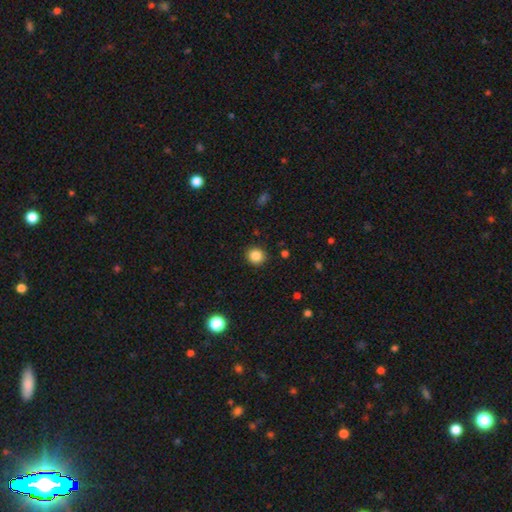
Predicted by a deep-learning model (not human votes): smooth_or_featured: smooth (p=0.85) [alt: star or artifact p=0.11]
how_rounded: round (p=0.88) [alt: in between p=0.11]
merging: none (p=0.90) [alt: minor disturbance p=0.06]